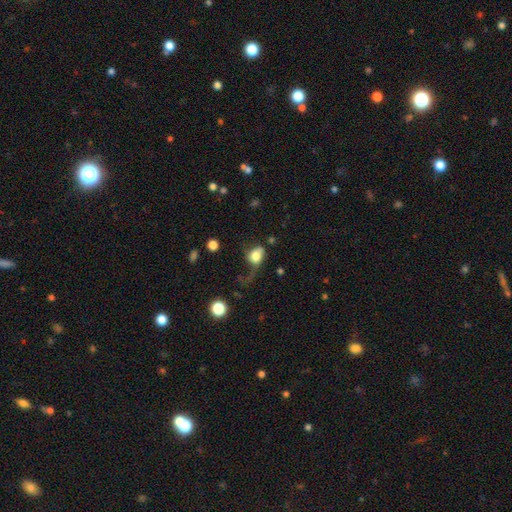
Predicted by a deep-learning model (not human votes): Smooth or featured? Predicted: smooth (p=0.68). How rounded? Predicted: round (p=0.52). Merging? Predicted: major disturbance (p=0.43).